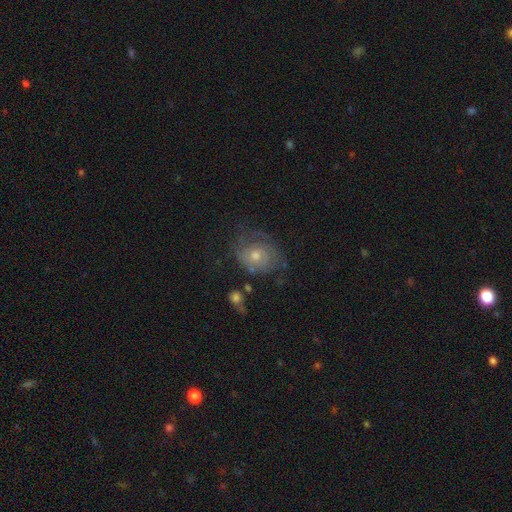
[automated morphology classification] smooth_or_featured: featured or disk (p=0.55) [alt: smooth p=0.33]
disk_edge_on: no (p=0.96) [alt: yes p=0.04]
bar: no (p=0.83) [alt: weak p=0.15]
has_spiral_arms: yes (p=0.69) [alt: no p=0.31]
bulge_size: moderate (p=0.53) [alt: small p=0.41]
merging: none (p=0.55) [alt: minor disturbance p=0.24]